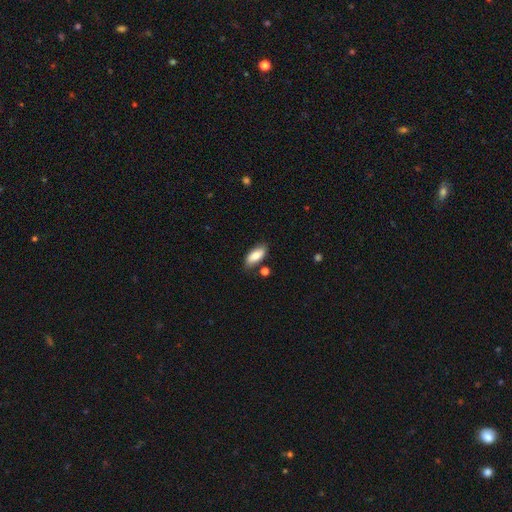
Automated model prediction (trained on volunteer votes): Smooth or featured?
  - smooth: 81% *
  - featured or disk: 13%
  - star or artifact: 7%
How rounded?
  - in between: 87% *
  - cigar-shaped: 11%
  - round: 2%
Merging?
  - none: 78% *
  - minor disturbance: 14%
  - merger: 5%
  - major disturbance: 3%